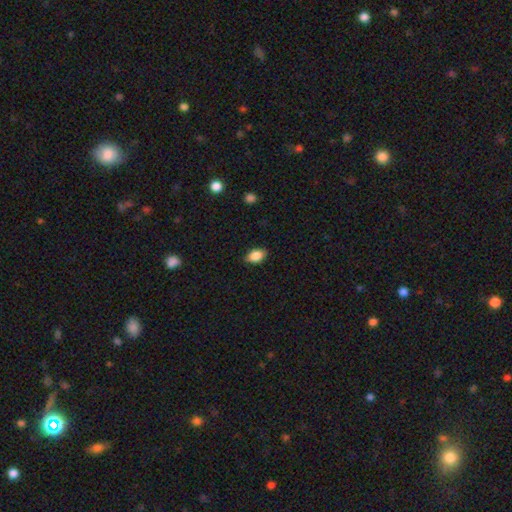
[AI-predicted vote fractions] Q: Smooth or featured?
A: smooth (86%); runner-up: star or artifact (8%)
Q: How rounded?
A: in between (89%); runner-up: round (9%)
Q: Merging?
A: none (86%); runner-up: minor disturbance (11%)